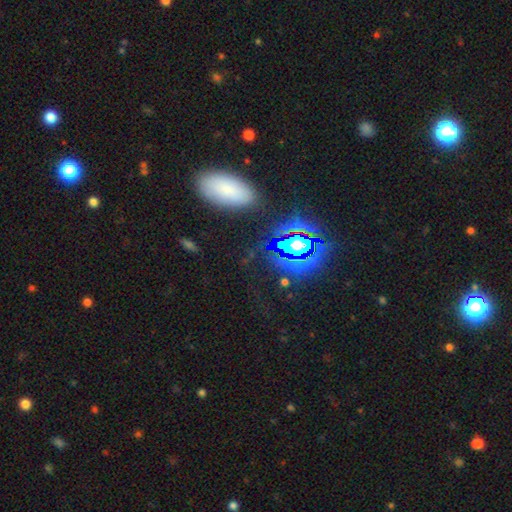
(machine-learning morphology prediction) Smooth or featured: star or artifact — 56% (smooth — 32%)